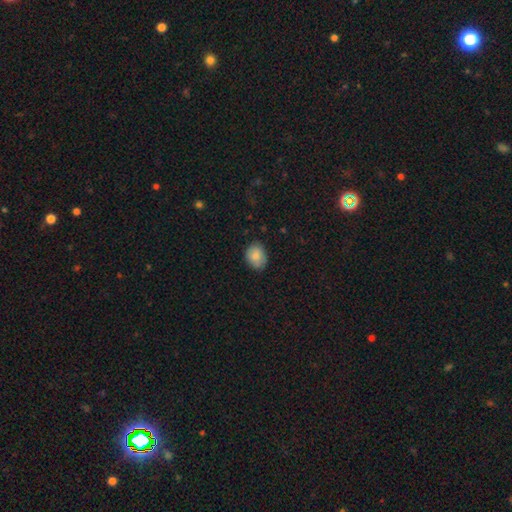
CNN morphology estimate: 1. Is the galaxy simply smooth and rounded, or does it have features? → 84% smooth, 8% featured or disk, 7% star or artifact.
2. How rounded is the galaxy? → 58% in between, 41% round, 1% cigar-shaped.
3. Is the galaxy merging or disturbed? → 78% none, 18% minor disturbance, 3% major disturbance, 1% merger.